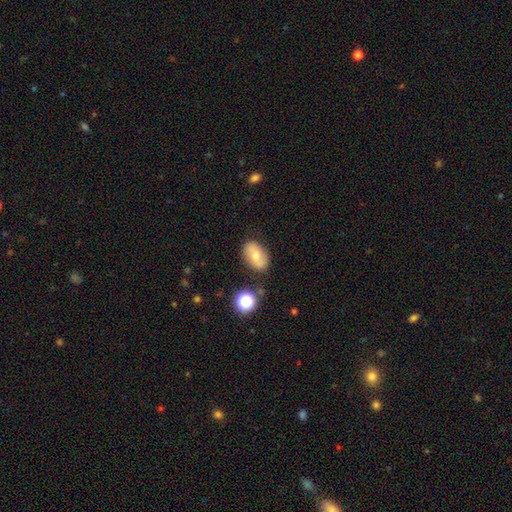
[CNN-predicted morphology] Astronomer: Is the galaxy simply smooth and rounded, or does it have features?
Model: smooth — 52% (runner-up: featured or disk, 38%).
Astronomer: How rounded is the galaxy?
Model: in between — 83%.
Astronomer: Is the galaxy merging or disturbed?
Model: none — 78%.